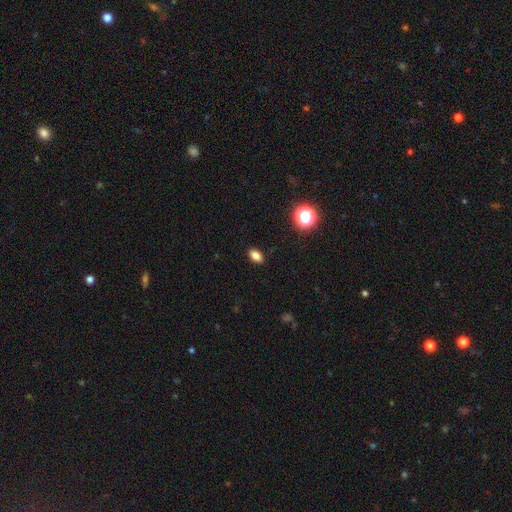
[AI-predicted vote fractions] Smooth or featured? smooth (81%)
How rounded? in between (86%)
Merging? none (89%)